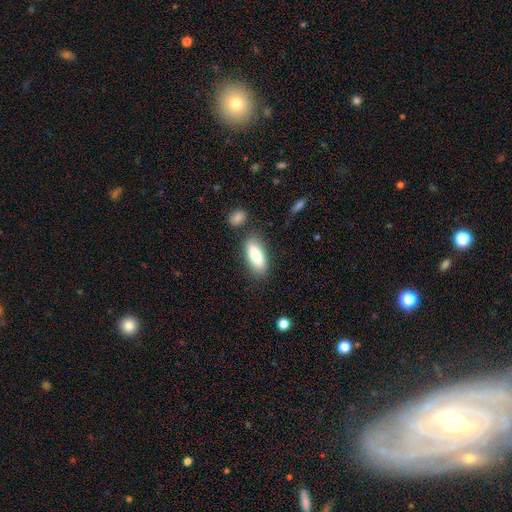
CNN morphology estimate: smooth-or-featured: smooth: 79% | featured or disk: 14% | star or artifact: 7%
  how-rounded: in between: 71% | cigar-shaped: 27% | round: 2%
  merging: none: 78% | minor disturbance: 12% | merger: 6% | major disturbance: 4%